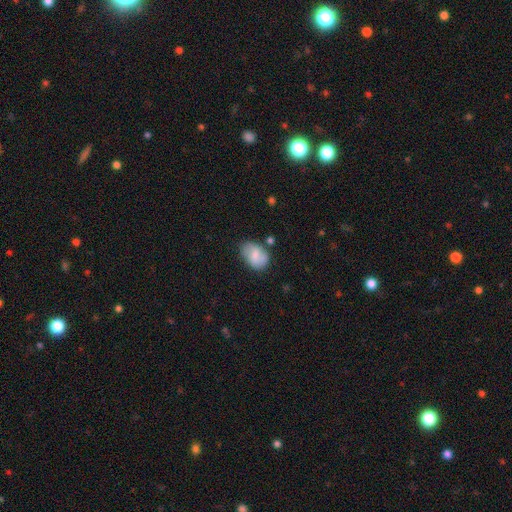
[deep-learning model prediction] Q: Smooth or featured?
A: smooth (71%); runner-up: featured or disk (22%)
Q: How rounded?
A: in between (80%); runner-up: round (19%)
Q: Merging?
A: none (62%); runner-up: minor disturbance (25%)